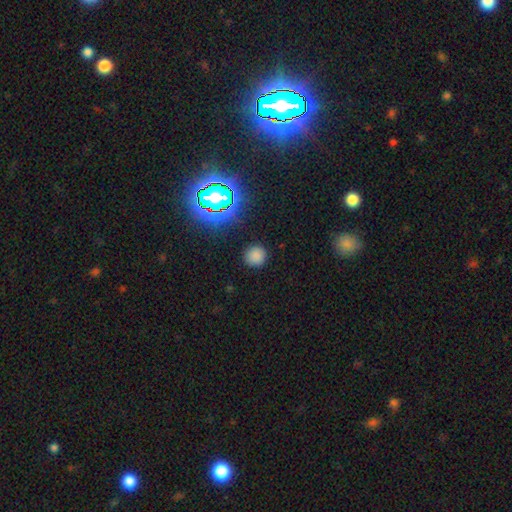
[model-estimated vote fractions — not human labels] Q: Smooth or featured?
A: smooth (76%); runner-up: star or artifact (19%)
Q: How rounded?
A: round (92%); runner-up: in between (7%)
Q: Merging?
A: none (88%); runner-up: minor disturbance (8%)